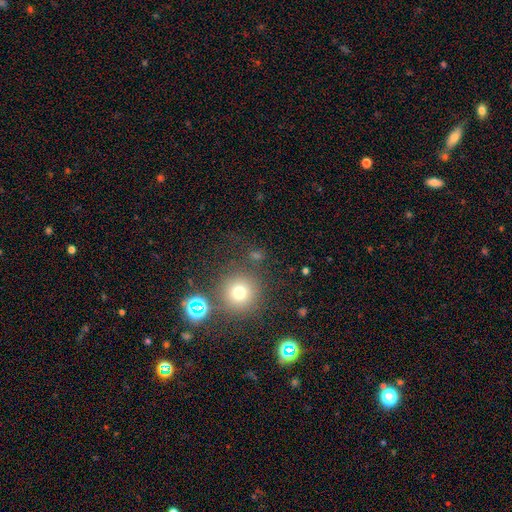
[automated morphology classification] Smooth or featured? Predicted: smooth (p=0.58). How rounded? Predicted: round (p=0.92). Merging? Predicted: none (p=0.80).